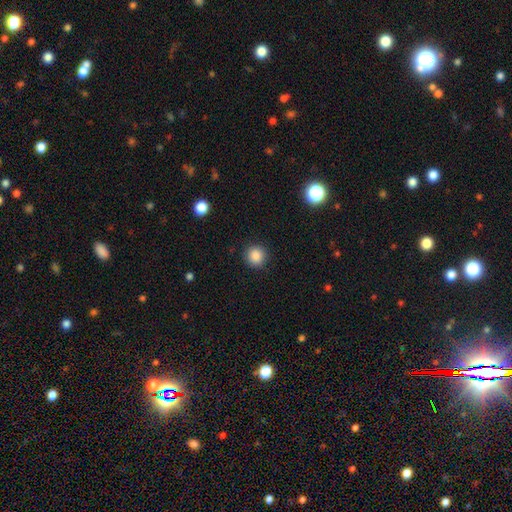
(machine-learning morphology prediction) Overall: smooth (87%). How rounded: round (94%). Merging: none (91%).